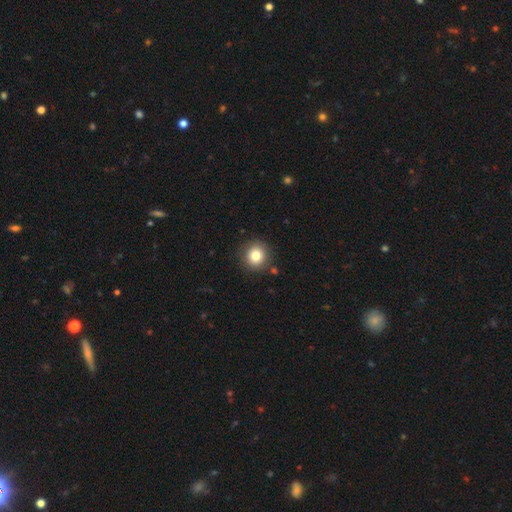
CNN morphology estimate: smooth-or-featured: smooth: 80% | star or artifact: 11% | featured or disk: 9%
  how-rounded: round: 90% | in between: 9% | cigar-shaped: 1%
  merging: none: 87% | minor disturbance: 8% | major disturbance: 2% | merger: 2%